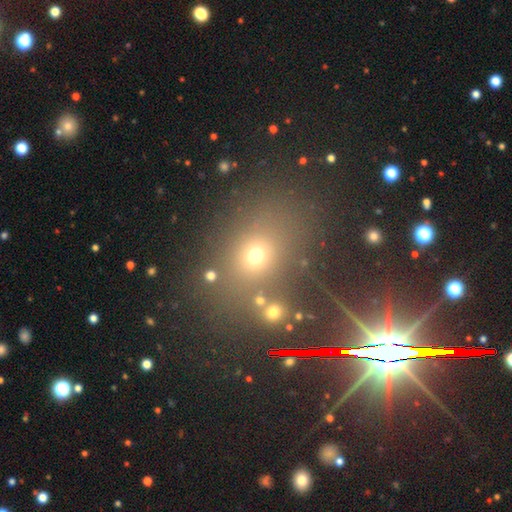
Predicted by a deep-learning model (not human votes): smooth_or_featured: smooth (p=0.58) [alt: star or artifact p=0.31]
how_rounded: round (p=0.53) [alt: in between p=0.45]
merging: none (p=0.73) [alt: minor disturbance p=0.11]